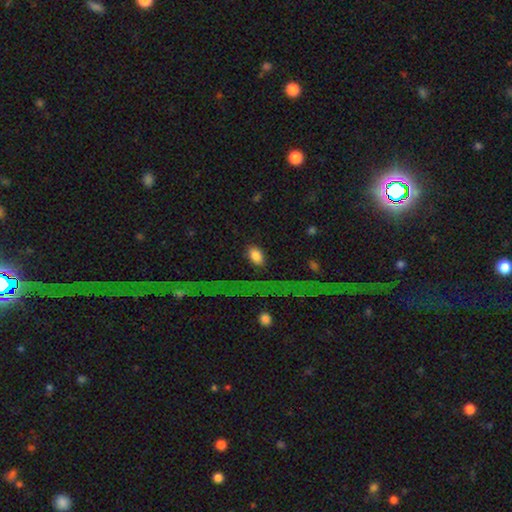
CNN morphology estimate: smooth_or_featured: smooth (p=0.82) [alt: star or artifact p=0.10]
how_rounded: in between (p=0.85) [alt: round p=0.12]
merging: none (p=0.81) [alt: minor disturbance p=0.11]